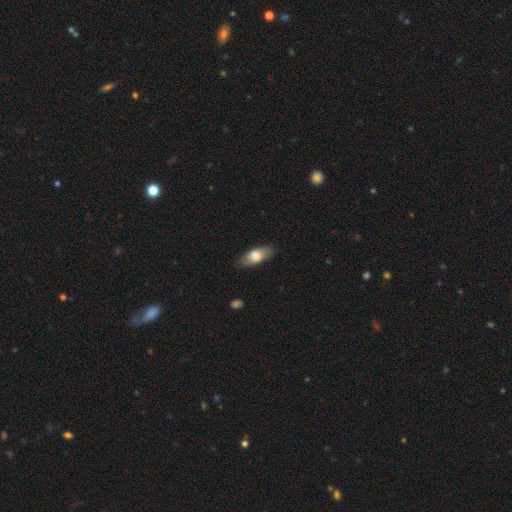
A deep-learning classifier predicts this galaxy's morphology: This is likely a smooth galaxy (71%). How rounded: likely in between (79%). Merging: clearly none (82%).